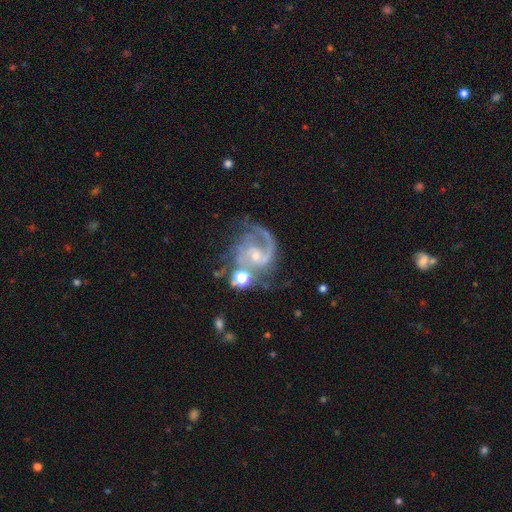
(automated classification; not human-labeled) A featured or disk galaxy (86%) with no bar (49%), 2 (61%) medium (52%) spiral arms (96%) and a small central bulge (59%). Merging: none (49%).